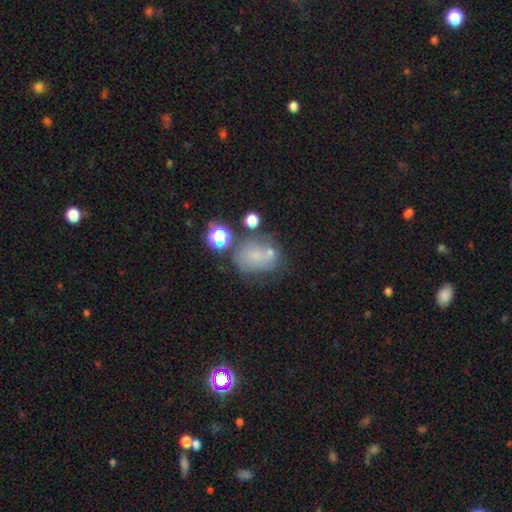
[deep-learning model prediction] Q: Smooth or featured?
A: smooth (52%); runner-up: featured or disk (26%)
Q: How rounded?
A: round (58%); runner-up: in between (41%)
Q: Merging?
A: none (45%); runner-up: minor disturbance (21%)